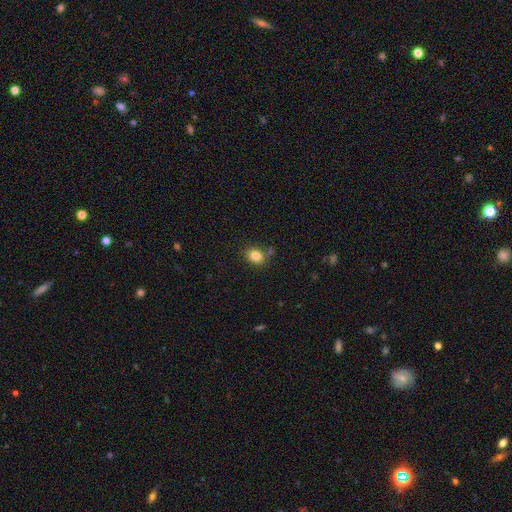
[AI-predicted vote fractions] This appears to be a smooth galaxy with no disk features (83%) that is in between round and cigar-shaped (57%). Merging: none (79%).